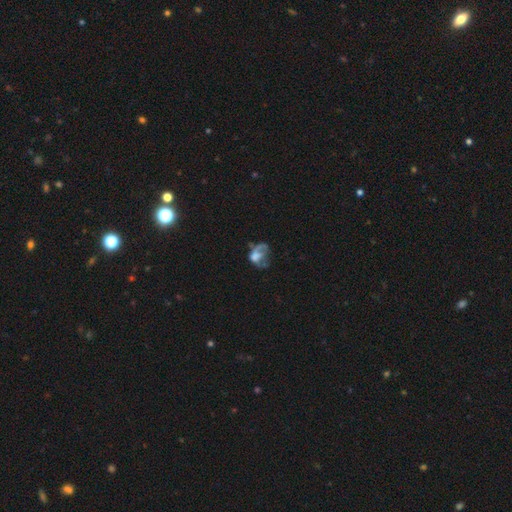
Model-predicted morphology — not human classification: type=featured or disk (45%); merging=major disturbance (46%).